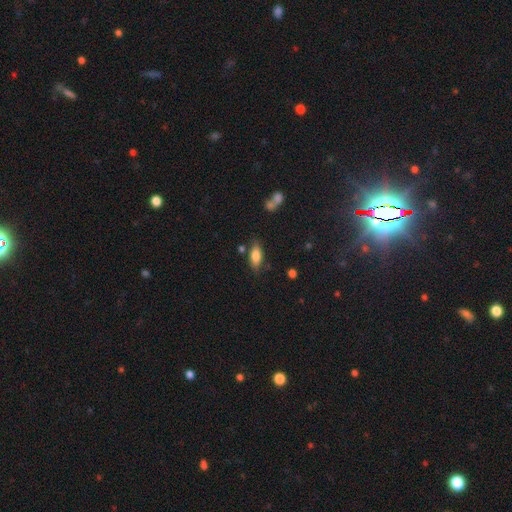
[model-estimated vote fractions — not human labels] smooth-or-featured: smooth: 77% | featured or disk: 15% | star or artifact: 8%
  how-rounded: in between: 79% | cigar-shaped: 18% | round: 3%
  merging: none: 74% | minor disturbance: 17% | merger: 5% | major disturbance: 4%